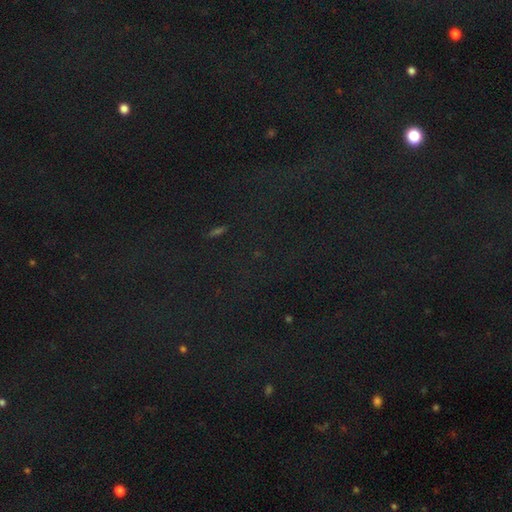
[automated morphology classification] Smooth or featured? star or artifact (80%)